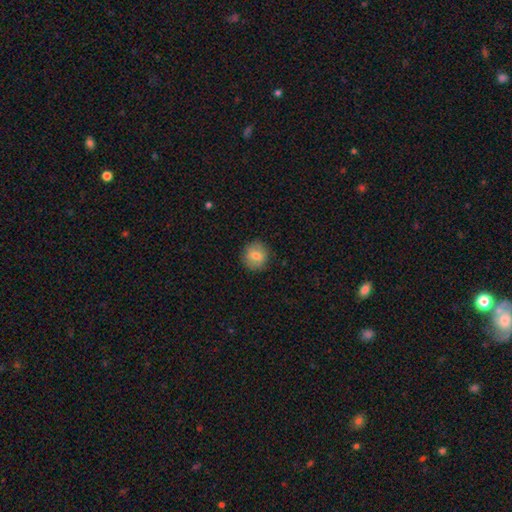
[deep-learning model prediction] smooth 76%, featured or disk 15%, star or artifact 9%. Down the decision tree: how rounded — round (89%); merging — none (89%).